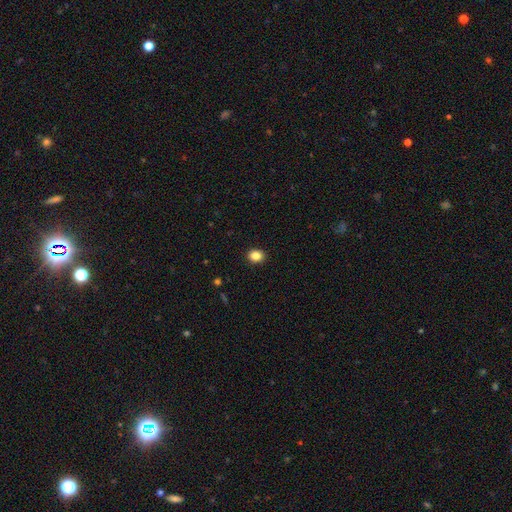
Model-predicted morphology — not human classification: Overall: smooth (86%). How rounded: round (63%; in between 37%). Merging: none (92%).